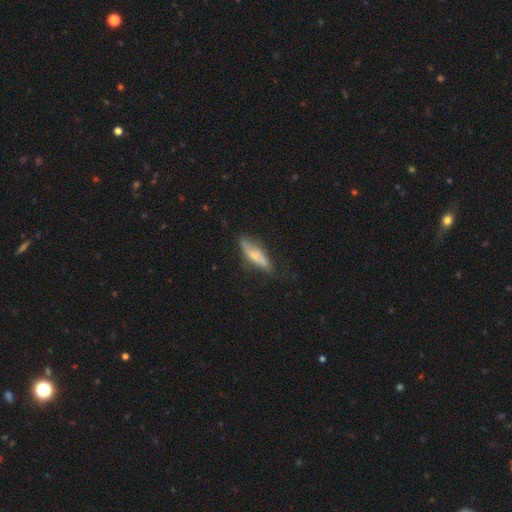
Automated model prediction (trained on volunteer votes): This is possibly a smooth galaxy (57%). How rounded: likely cigar-shaped (63%). Merging: likely none (61%).